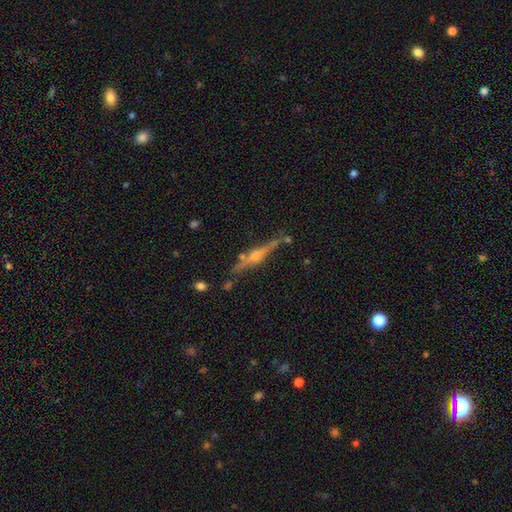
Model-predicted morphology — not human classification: The model was most divided on "merging": none: 77%, minor disturbance: 13%, merger: 6%, major disturbance: 3%. More confident: edge-on disk — yes (97%); edge-on bulge — rounded (90%); smooth or featured — featured or disk (79%).